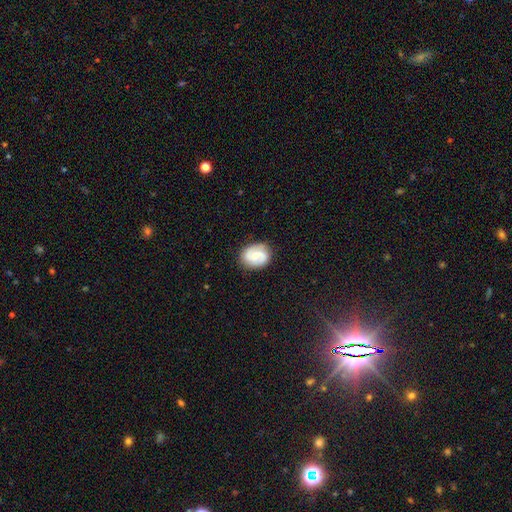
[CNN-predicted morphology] smooth-or-featured: featured or disk: 56% | smooth: 36% | star or artifact: 7%
  disk-edge-on: no: 97% | yes: 3%
    bar: no: 46% | weak: 44% | strong: 10%
    has-spiral-arms: yes: 89% | no: 11%
    bulge-size: small: 46% | moderate: 40% | none: 8% | large: 4% | dominant: 1%
  merging: none: 80% | minor disturbance: 15% | major disturbance: 4% | merger: 1%